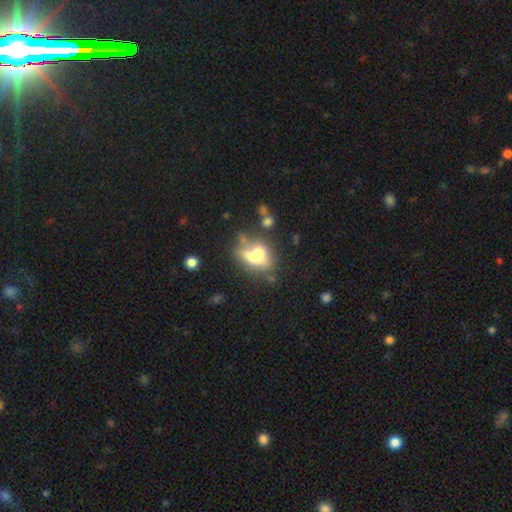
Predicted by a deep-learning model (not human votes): This appears to be a smooth galaxy with no disk features (54%) that is in between round and cigar-shaped (69%). Merging: merger (44%).